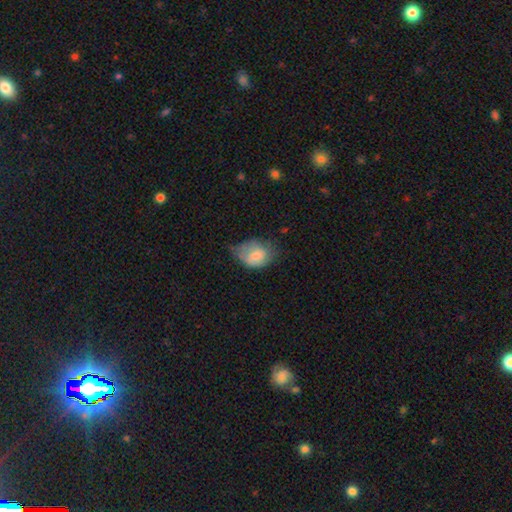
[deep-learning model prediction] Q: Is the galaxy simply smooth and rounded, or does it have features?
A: smooth — 73%.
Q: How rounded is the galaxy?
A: in between — 67%.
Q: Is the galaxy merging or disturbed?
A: minor disturbance — 43%.